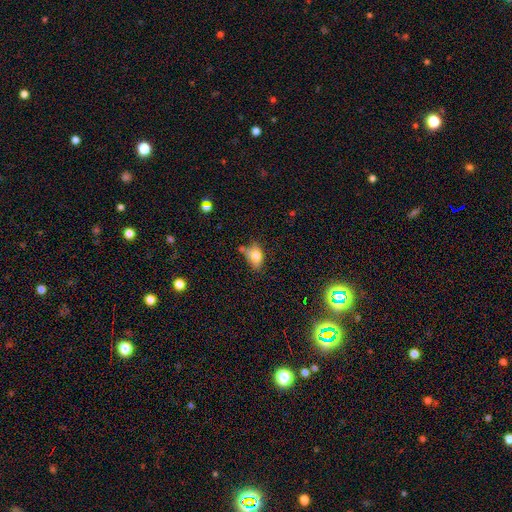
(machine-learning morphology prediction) Smooth or featured?
  - smooth: 78% *
  - featured or disk: 13%
  - star or artifact: 9%
How rounded?
  - in between: 83% *
  - round: 14%
  - cigar-shaped: 2%
Merging?
  - none: 54% *
  - minor disturbance: 26%
  - merger: 13%
  - major disturbance: 7%